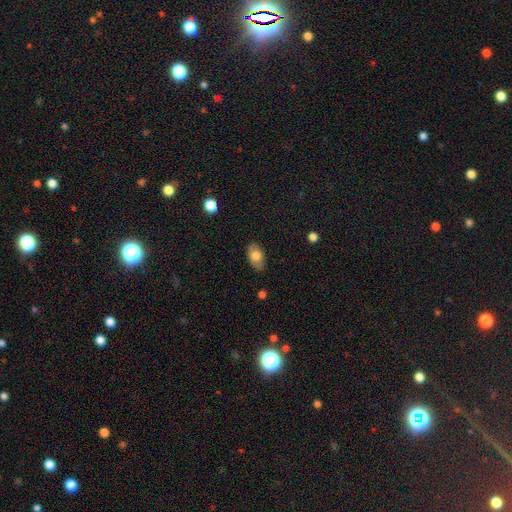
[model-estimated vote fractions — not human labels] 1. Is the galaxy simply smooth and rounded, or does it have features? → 75% smooth, 18% featured or disk, 7% star or artifact.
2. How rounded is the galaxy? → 91% in between, 8% round, 2% cigar-shaped.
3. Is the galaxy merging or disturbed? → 81% none, 15% minor disturbance, 3% major disturbance, 1% merger.